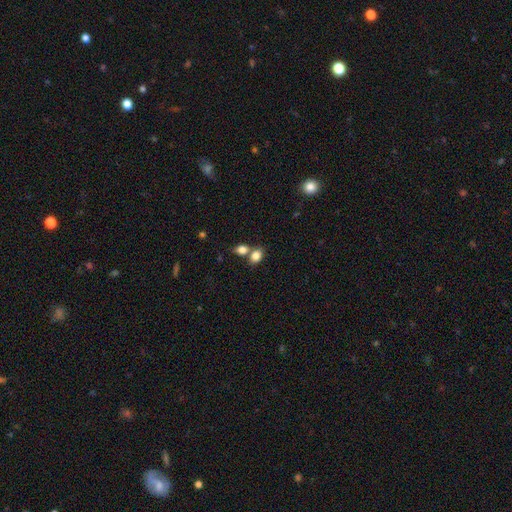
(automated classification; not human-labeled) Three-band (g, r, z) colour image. It shows a smooth galaxy with no disk features (82%) that is in between round and cigar-shaped (71%). Merging: none (45%).